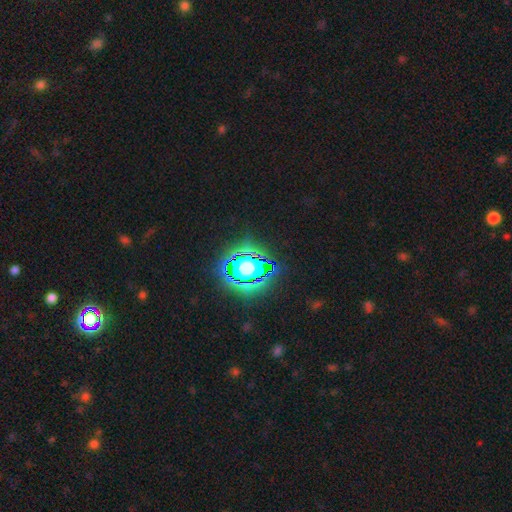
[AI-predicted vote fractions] Morphology: type=star or artifact (81%).